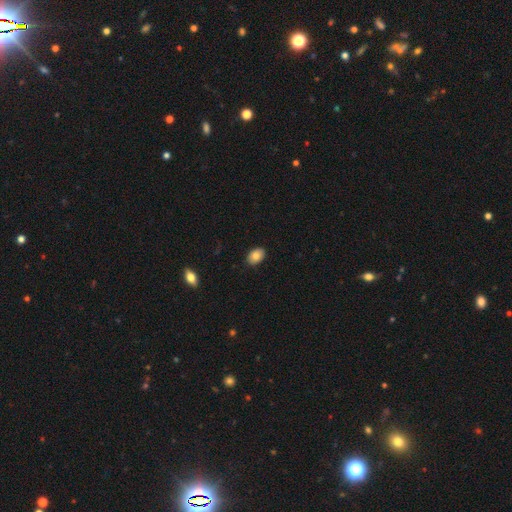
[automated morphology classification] Smooth or featured?
  - smooth: 84% *
  - featured or disk: 8%
  - star or artifact: 8%
How rounded?
  - in between: 87% *
  - round: 12%
  - cigar-shaped: 1%
Merging?
  - none: 89% *
  - minor disturbance: 8%
  - major disturbance: 2%
  - merger: 1%